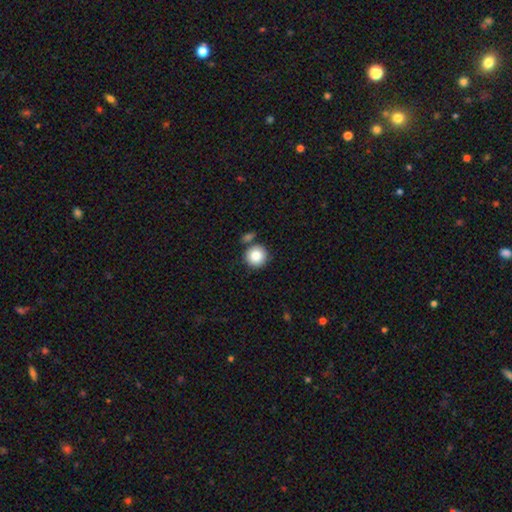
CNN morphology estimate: smooth-or-featured: smooth: 86% | star or artifact: 9% | featured or disk: 5%
  how-rounded: round: 94% | in between: 5% | cigar-shaped: 1%
  merging: none: 76% | merger: 12% | minor disturbance: 10% | major disturbance: 3%